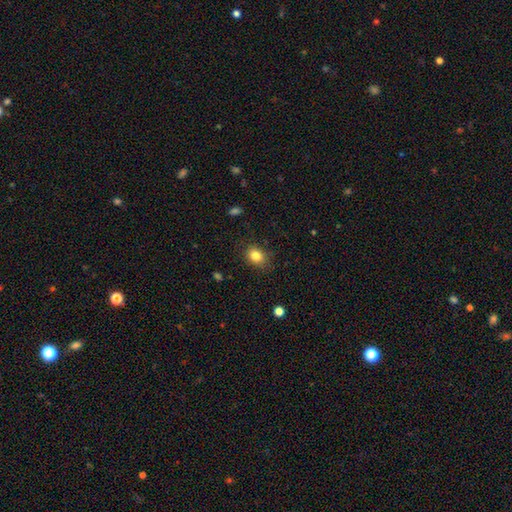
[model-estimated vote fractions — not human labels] A smooth galaxy with no disk features (83%) that is in between round and cigar-shaped (57%). Merging: none (82%).